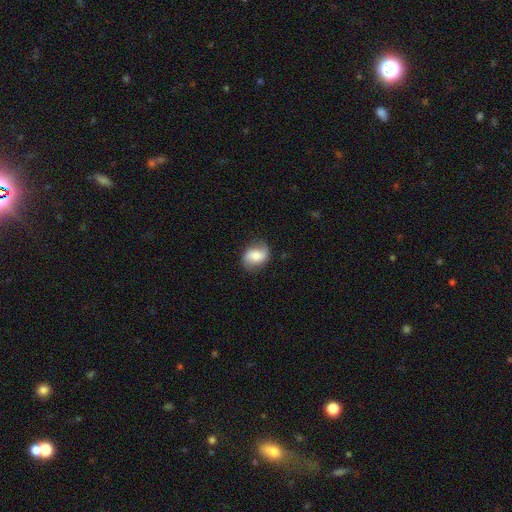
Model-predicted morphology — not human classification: Smooth or featured? smooth (52%)
How rounded? in between (61%)
Merging? none (76%)